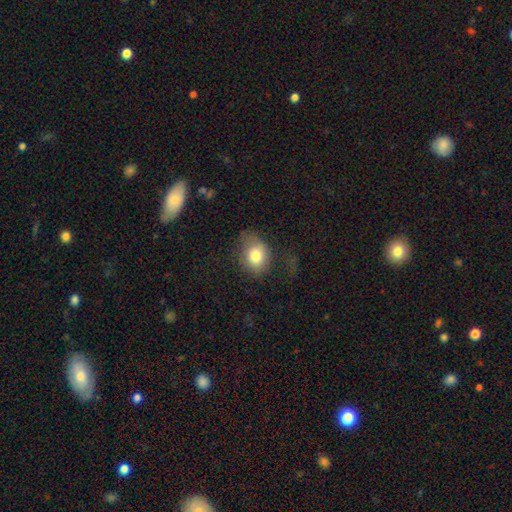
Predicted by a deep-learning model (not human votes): Q: Smooth or featured?
A: smooth (79%); runner-up: featured or disk (12%)
Q: How rounded?
A: in between (59%); runner-up: round (40%)
Q: Merging?
A: none (49%); runner-up: minor disturbance (28%)